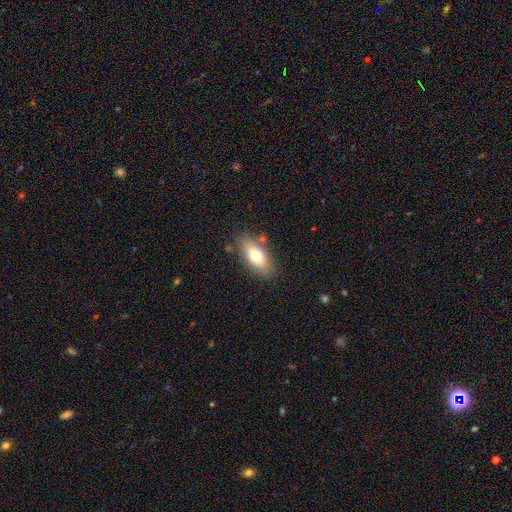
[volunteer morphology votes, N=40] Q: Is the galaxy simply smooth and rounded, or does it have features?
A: smooth — 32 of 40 (80%).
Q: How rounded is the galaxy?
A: in between — 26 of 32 (81%).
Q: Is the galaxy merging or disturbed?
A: none — 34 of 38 (89%).